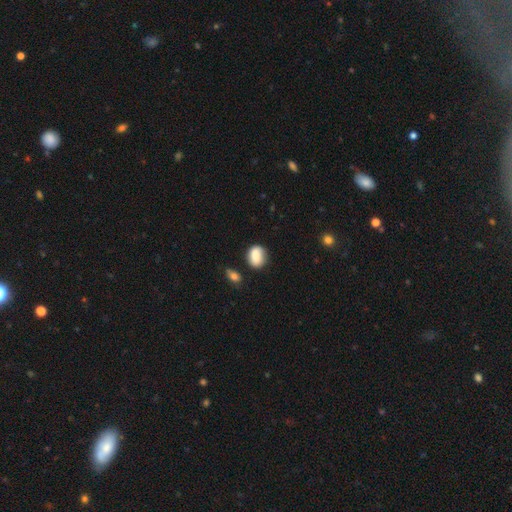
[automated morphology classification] Q: Smooth or featured?
A: smooth (84%); runner-up: featured or disk (8%)
Q: How rounded?
A: in between (54%); runner-up: round (45%)
Q: Merging?
A: none (64%); runner-up: minor disturbance (25%)